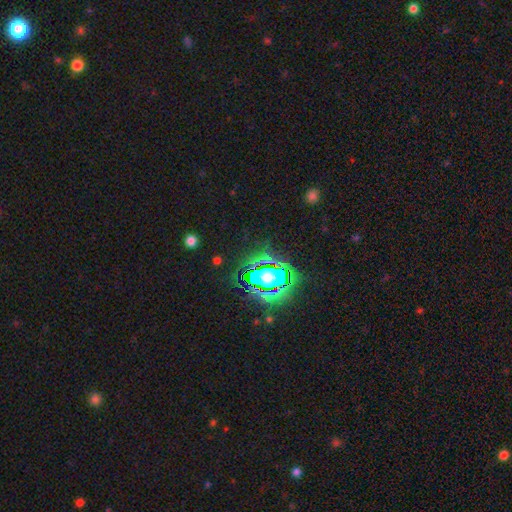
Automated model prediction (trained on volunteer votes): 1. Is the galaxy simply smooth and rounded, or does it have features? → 82% star or artifact, 11% smooth, 7% featured or disk.